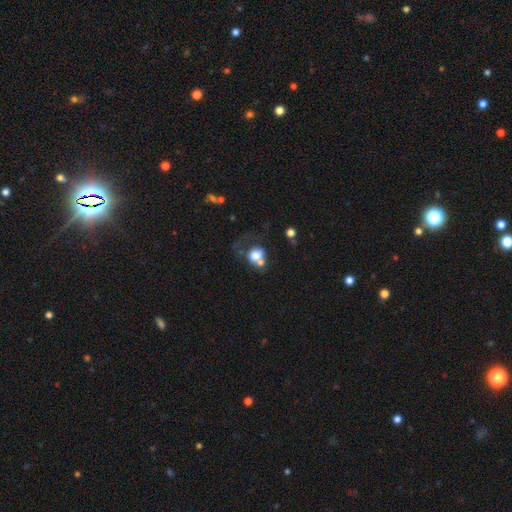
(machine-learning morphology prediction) smooth 70%, featured or disk 19%, star or artifact 11%. Down the decision tree: how rounded — round (64%); merging — merger (40%).